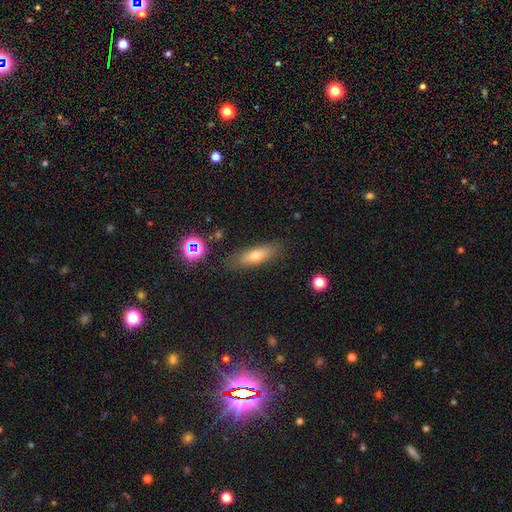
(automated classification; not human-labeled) This appears to be a smooth galaxy with no disk features (66%) that is cigar-shaped (49%). Merging: none (82%).